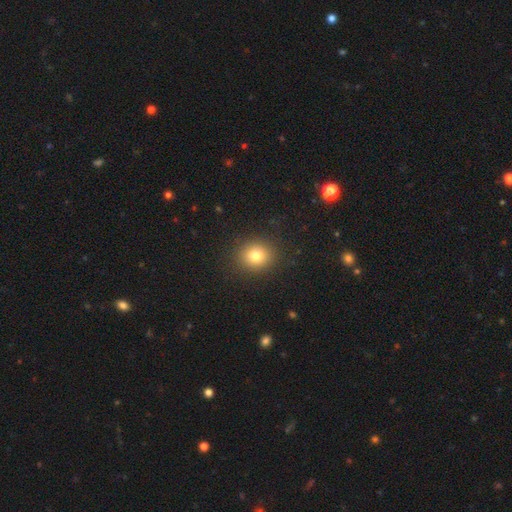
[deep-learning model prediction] smooth-or-featured: smooth: 79% | star or artifact: 13% | featured or disk: 8%
  how-rounded: round: 81% | in between: 18% | cigar-shaped: 1%
  merging: none: 89% | minor disturbance: 7% | major disturbance: 3% | merger: 1%